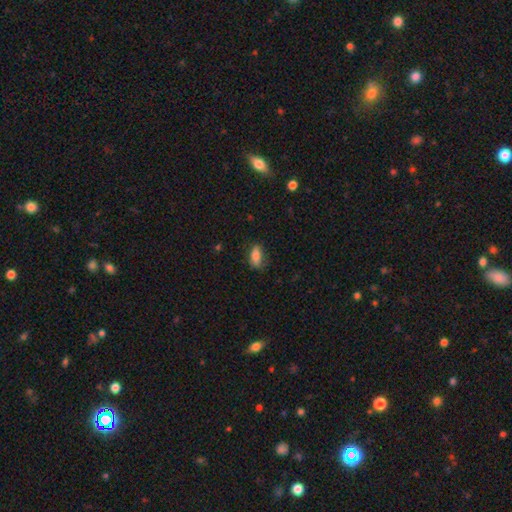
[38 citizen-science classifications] smooth 79%, featured or disk 13%, star or artifact 8%. Down the decision tree: how rounded — in between (80%); merging — none (80%).